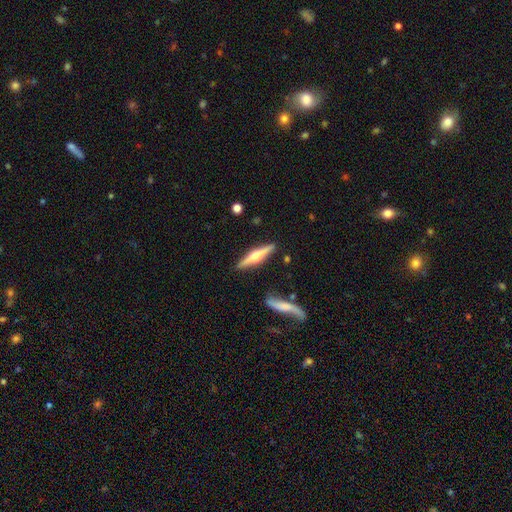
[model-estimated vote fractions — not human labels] Overall: featured or disk (71%). Edge-on disk: yes (97%). Edge-on bulge: rounded (93%). Merging: none (87%).